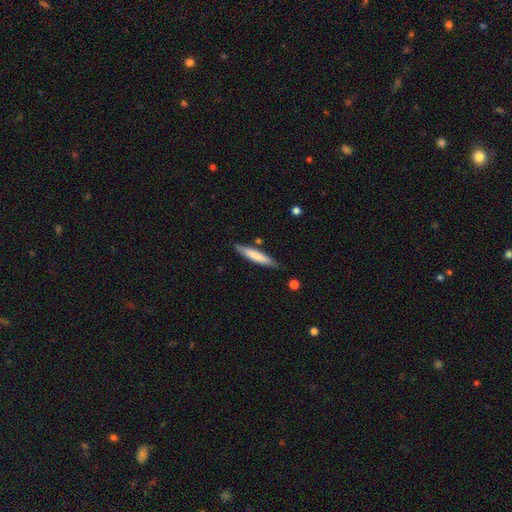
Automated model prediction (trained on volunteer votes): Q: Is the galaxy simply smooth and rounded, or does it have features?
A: smooth — 73%.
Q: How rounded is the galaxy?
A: cigar-shaped — 88%.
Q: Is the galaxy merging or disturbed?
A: none — 83%.